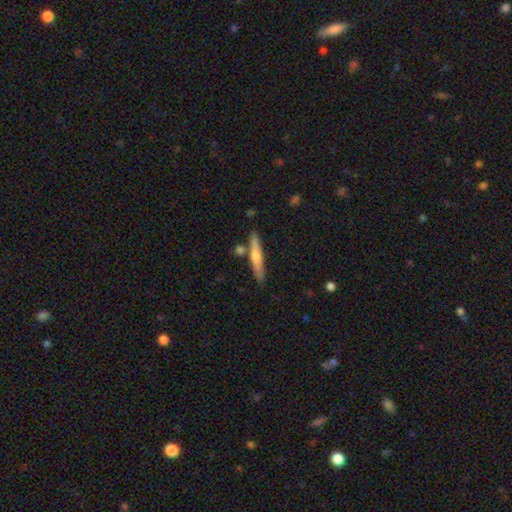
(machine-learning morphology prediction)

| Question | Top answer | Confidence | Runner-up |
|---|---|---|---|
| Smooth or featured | featured or disk | 50% | smooth (44%) |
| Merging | none | 81% | minor disturbance (10%) |